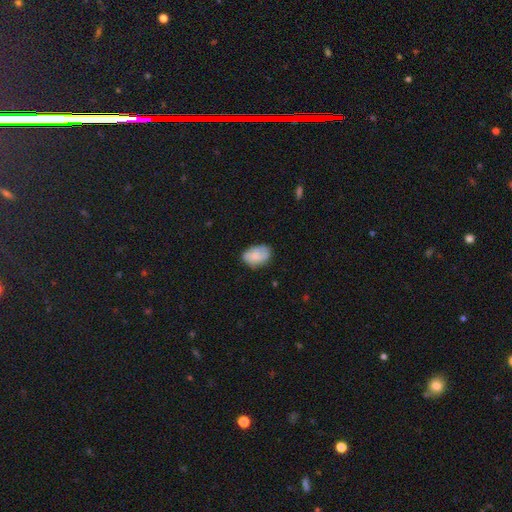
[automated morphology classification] smooth-or-featured: smooth: 62% | featured or disk: 30% | star or artifact: 8%
  how-rounded: in between: 81% | round: 18% | cigar-shaped: 1%
  merging: none: 64% | minor disturbance: 26% | major disturbance: 8% | merger: 2%